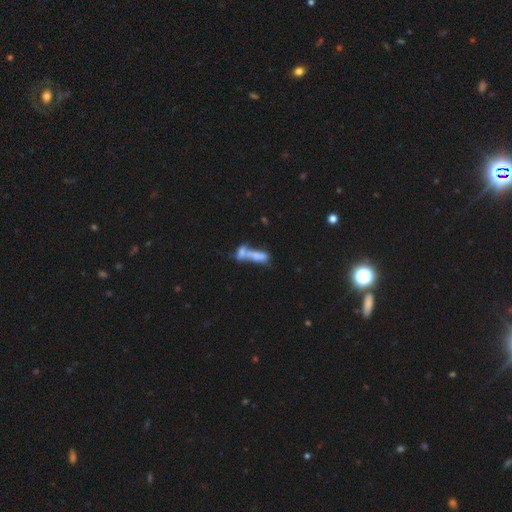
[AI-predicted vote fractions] Smooth or featured: smooth — 59% (featured or disk — 29%)
How rounded: in between — 57% (cigar-shaped — 39%)
Merging: merger — 69% (none — 15%)